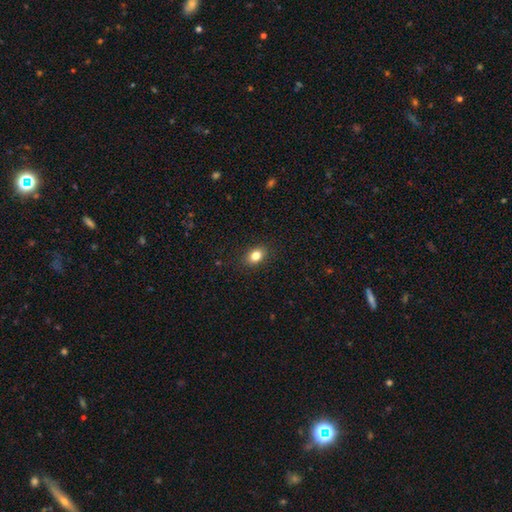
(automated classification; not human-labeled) Smooth or featured?
  - smooth: 83% *
  - star or artifact: 10%
  - featured or disk: 8%
How rounded?
  - in between: 77% *
  - round: 21%
  - cigar-shaped: 1%
Merging?
  - none: 88% *
  - minor disturbance: 9%
  - major disturbance: 2%
  - merger: 1%